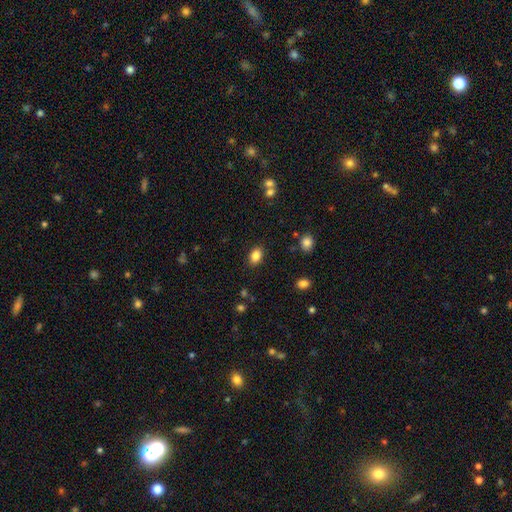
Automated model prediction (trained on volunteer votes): Overall: smooth (84%). How rounded: in between (83%). Merging: none (86%).